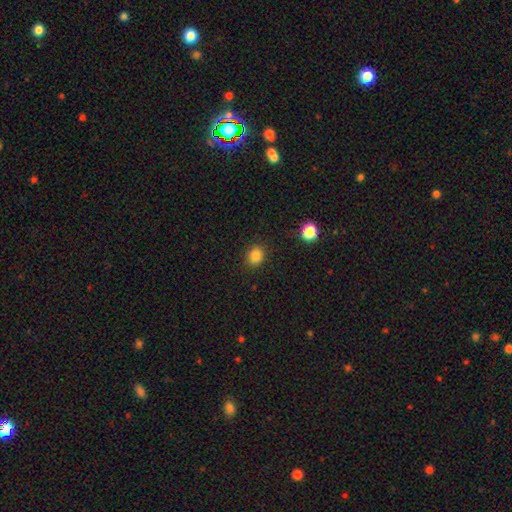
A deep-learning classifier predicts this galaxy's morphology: This is clearly a smooth galaxy (84%). How rounded: likely round (72%). Merging: clearly none (89%).